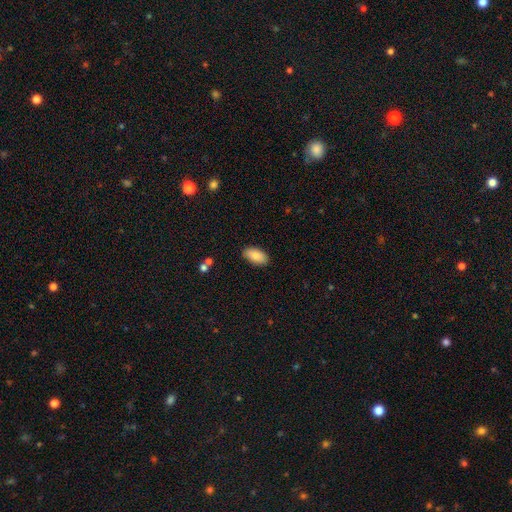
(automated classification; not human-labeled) smooth_or_featured: smooth (p=0.87) [alt: star or artifact p=0.07]
how_rounded: in between (p=0.94) [alt: cigar-shaped p=0.04]
merging: none (p=0.87) [alt: minor disturbance p=0.10]